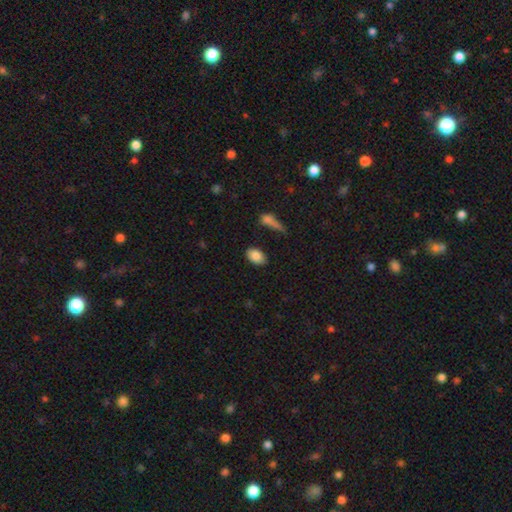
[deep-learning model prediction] Smooth or featured: smooth — 85% (featured or disk — 8%)
How rounded: in between — 90% (round — 8%)
Merging: none — 82% (minor disturbance — 12%)